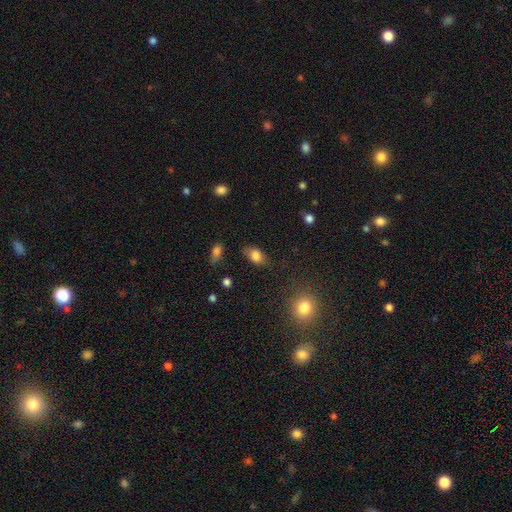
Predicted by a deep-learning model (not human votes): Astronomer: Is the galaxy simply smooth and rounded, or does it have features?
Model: smooth — 80%.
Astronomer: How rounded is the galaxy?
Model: in between — 86%.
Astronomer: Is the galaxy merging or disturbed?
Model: none — 76%.